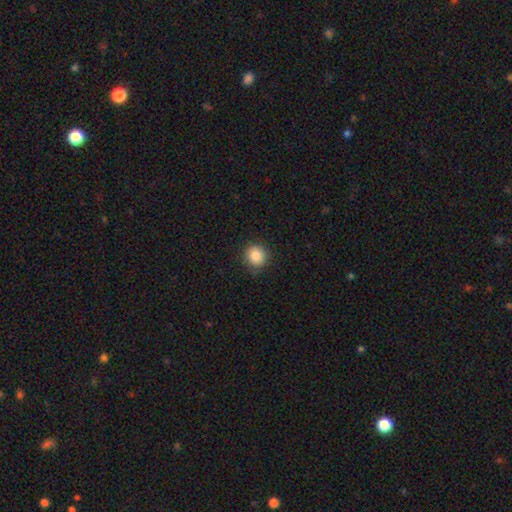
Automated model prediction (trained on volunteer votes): Smooth or featured? Predicted: smooth (p=0.85). How rounded? Predicted: round (p=0.90). Merging? Predicted: none (p=0.85).